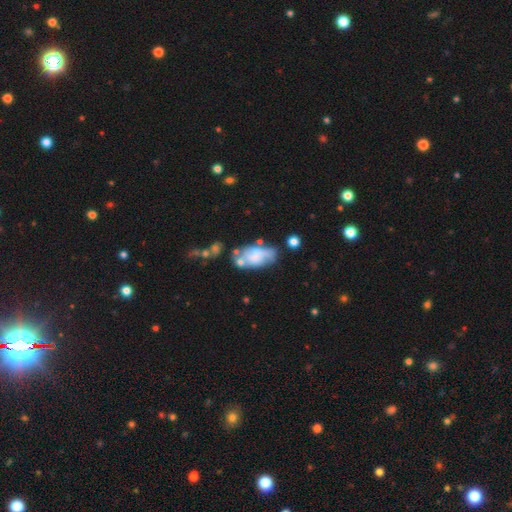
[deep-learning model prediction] Overall: smooth (47%; featured or disk 45%). Merging: none (39%; minor disturbance 25%).